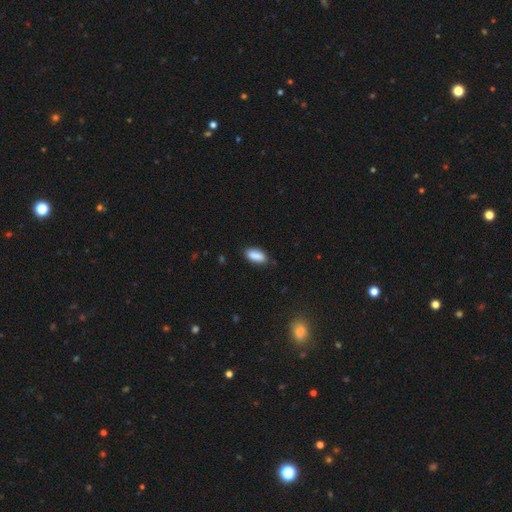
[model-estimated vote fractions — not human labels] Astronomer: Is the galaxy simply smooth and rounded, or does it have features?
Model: smooth — 88%.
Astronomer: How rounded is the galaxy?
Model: in between — 86%.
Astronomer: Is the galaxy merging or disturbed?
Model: none — 80%.